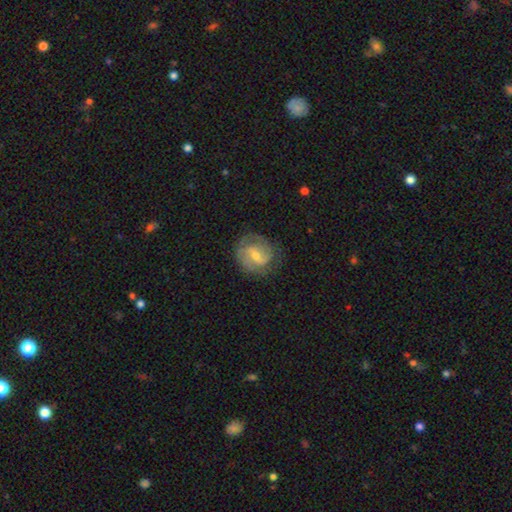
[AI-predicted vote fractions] smooth-or-featured: featured or disk: 74% | smooth: 20% | star or artifact: 6%
  disk-edge-on: no: 97% | yes: 3%
    bar: weak: 54% | strong: 27% | no: 20%
    has-spiral-arms: yes: 88% | no: 12%
      spiral-winding: medium: 45% | tight: 35% | loose: 20%
      spiral-arm-count: 2: 69% | can't tell: 16% | 3: 6% | 1: 6% | 4: 2% | more than 4: 2%
    bulge-size: small: 52% | moderate: 43% | none: 2% | large: 2% | dominant: 1%
  merging: none: 71% | minor disturbance: 19% | major disturbance: 9% | merger: 1%